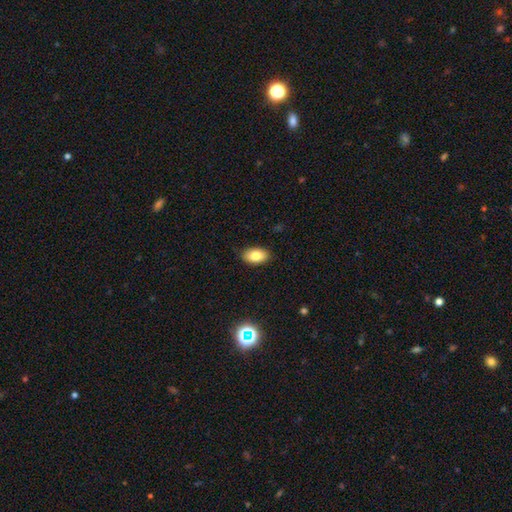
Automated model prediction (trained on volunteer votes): Smooth or featured? smooth (81%)
How rounded? in between (92%)
Merging? none (88%)